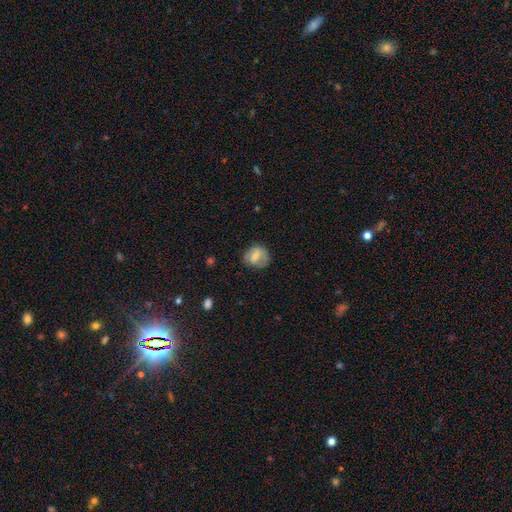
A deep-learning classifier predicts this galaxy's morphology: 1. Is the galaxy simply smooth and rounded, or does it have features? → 64% smooth, 27% featured or disk, 9% star or artifact.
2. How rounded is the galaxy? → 67% round, 32% in between, 1% cigar-shaped.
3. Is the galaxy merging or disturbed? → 65% none, 23% minor disturbance, 10% major disturbance, 2% merger.